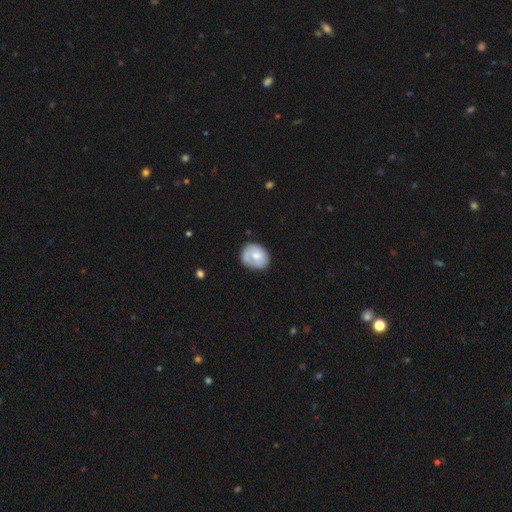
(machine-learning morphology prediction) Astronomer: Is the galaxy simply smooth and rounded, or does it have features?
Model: smooth — 60%.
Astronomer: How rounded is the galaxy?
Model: round — 62%.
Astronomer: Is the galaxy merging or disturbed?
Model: none — 66%.